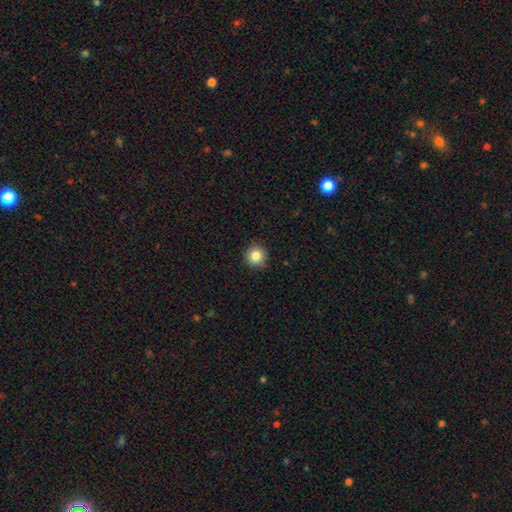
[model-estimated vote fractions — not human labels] This is clearly a smooth galaxy (84%). How rounded: clearly round (94%). Merging: clearly none (90%).